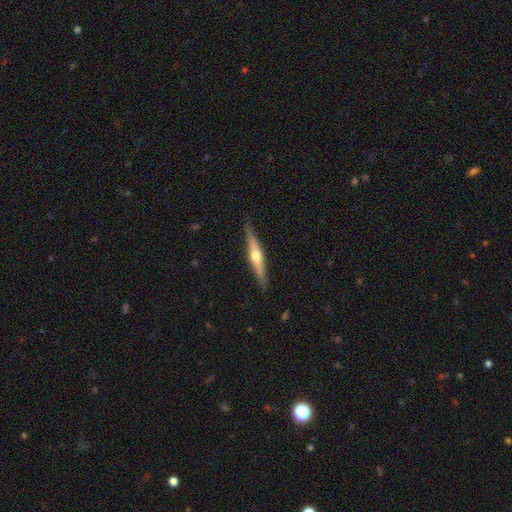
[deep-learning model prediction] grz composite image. It shows a featured or disk galaxy (71%) viewed edge-on (97%) with a rounded central bulge (92%). Merging: none (90%).